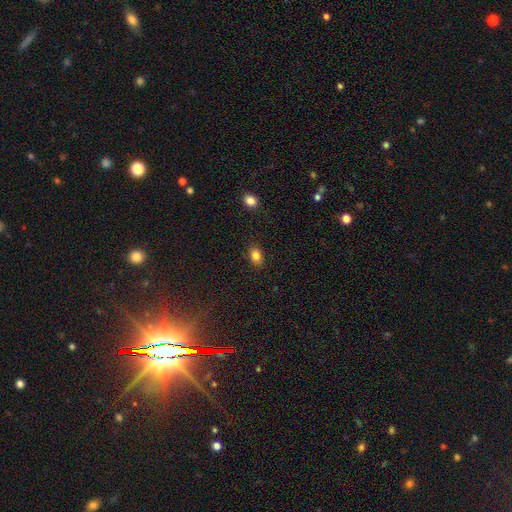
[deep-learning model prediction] The model was most divided on "how rounded": in between: 72%, round: 27%, cigar-shaped: 1%. More confident: merging — none (87%); smooth or featured — smooth (84%).